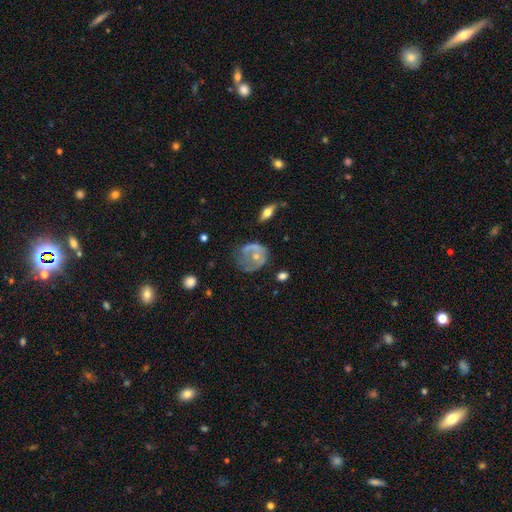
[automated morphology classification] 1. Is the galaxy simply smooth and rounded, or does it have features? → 55% featured or disk, 37% smooth, 8% star or artifact.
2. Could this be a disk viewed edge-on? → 96% no, 4% yes.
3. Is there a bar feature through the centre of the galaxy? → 81% no, 15% weak, 4% strong.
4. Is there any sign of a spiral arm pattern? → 57% no, 43% yes.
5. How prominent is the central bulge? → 54% small, 37% moderate, 6% none, 2% large, 1% dominant.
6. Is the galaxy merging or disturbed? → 38% major disturbance, 31% none, 27% minor disturbance, 4% merger.